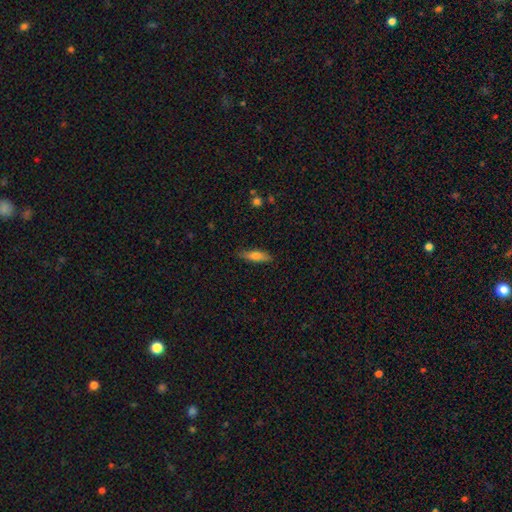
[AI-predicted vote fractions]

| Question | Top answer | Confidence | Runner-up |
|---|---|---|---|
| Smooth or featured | smooth | 63% | featured or disk (31%) |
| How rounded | cigar-shaped | 65% | in between (32%) |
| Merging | none | 86% | minor disturbance (11%) |